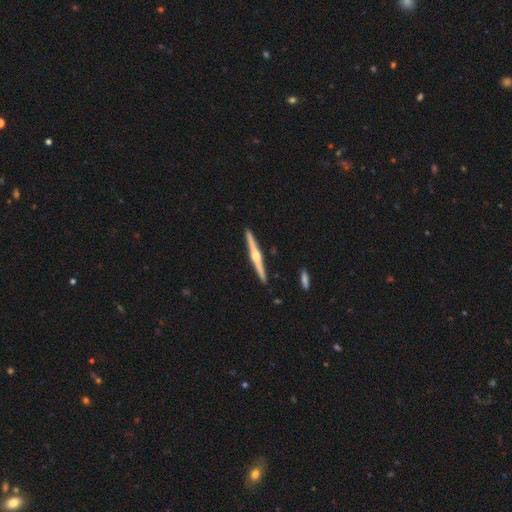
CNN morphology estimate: The model was most divided on "smooth or featured": featured or disk: 80%, smooth: 15%, star or artifact: 5%. More confident: edge-on disk — yes (98%); merging — none (91%); edge-on bulge — rounded (90%).